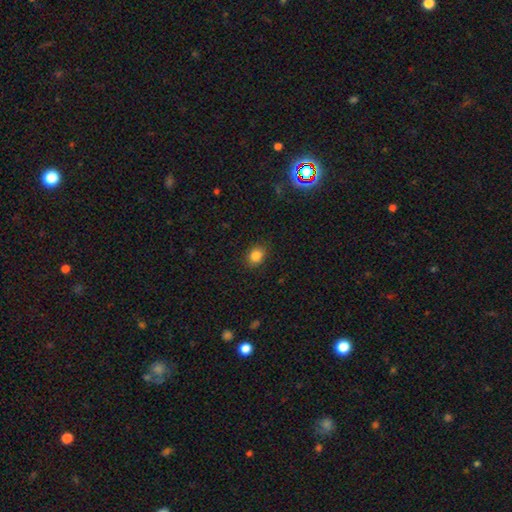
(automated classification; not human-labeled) smooth_or_featured: smooth (p=0.85) [alt: star or artifact p=0.11]
how_rounded: in between (p=0.51) [alt: round p=0.48]
merging: none (p=0.87) [alt: minor disturbance p=0.10]